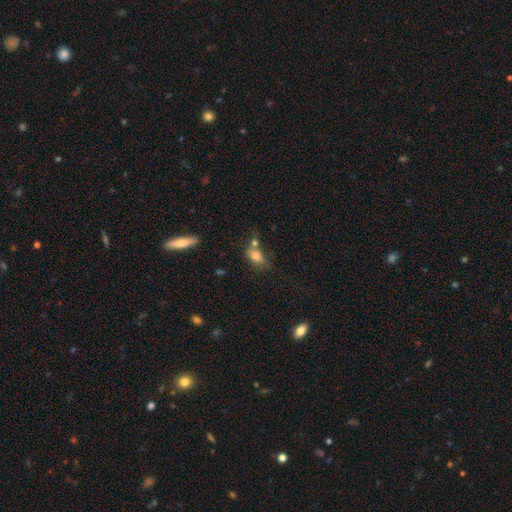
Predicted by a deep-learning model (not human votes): Morphology: type=smooth (79%); roundness=in between (81%); merging=none (47%).